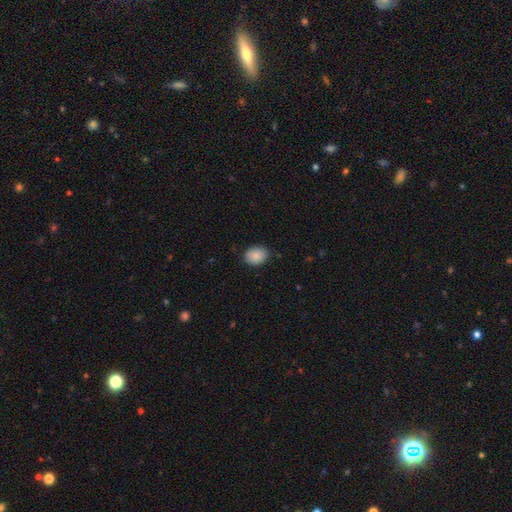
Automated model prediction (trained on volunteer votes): Morphology: type=smooth (88%); roundness=in between (66%); merging=none (83%).